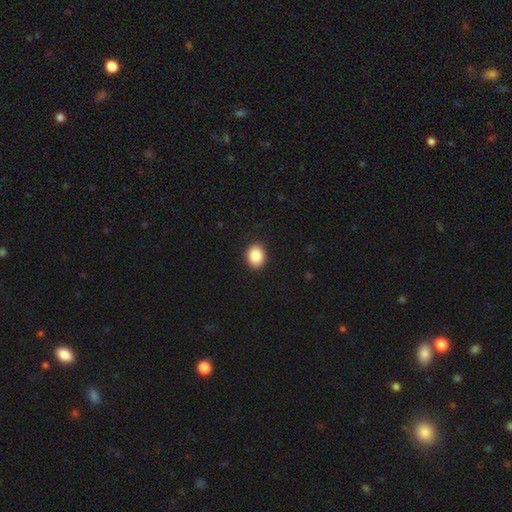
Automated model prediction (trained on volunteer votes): Q: Smooth or featured?
A: smooth (87%); runner-up: star or artifact (9%)
Q: How rounded?
A: round (52%); runner-up: in between (47%)
Q: Merging?
A: none (90%); runner-up: minor disturbance (7%)